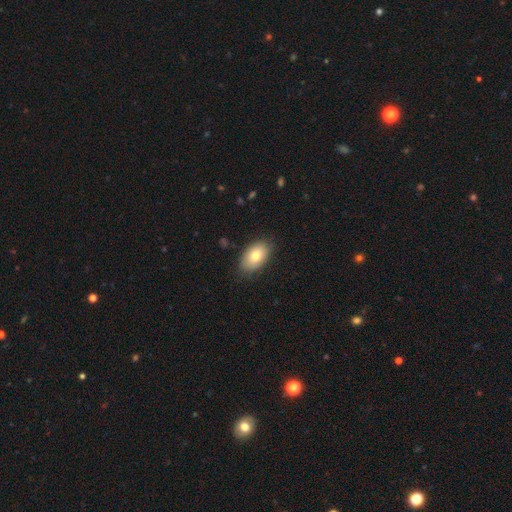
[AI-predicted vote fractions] Smooth or featured? smooth (77%)
How rounded? in between (91%)
Merging? none (83%)